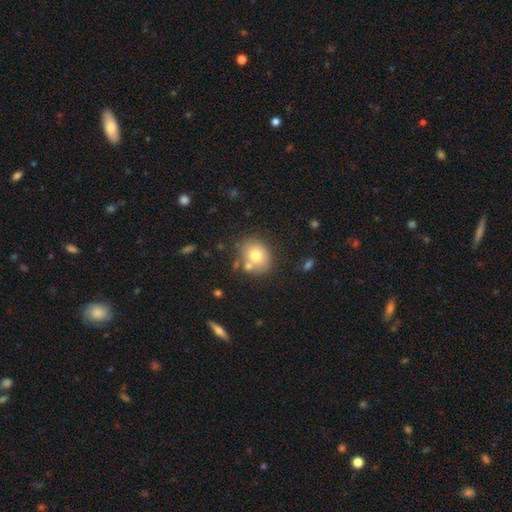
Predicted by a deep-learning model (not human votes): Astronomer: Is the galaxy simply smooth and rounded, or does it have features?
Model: smooth — 74%.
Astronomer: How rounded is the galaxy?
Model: round — 59% (runner-up: in between, 40%).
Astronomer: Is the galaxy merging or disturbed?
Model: none — 66%.